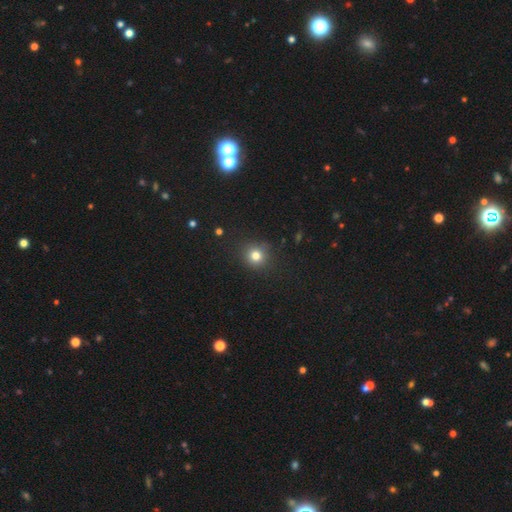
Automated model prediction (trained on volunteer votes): Smooth or featured: smooth — 79% (star or artifact — 15%)
How rounded: round — 88% (in between — 11%)
Merging: none — 86% (minor disturbance — 9%)